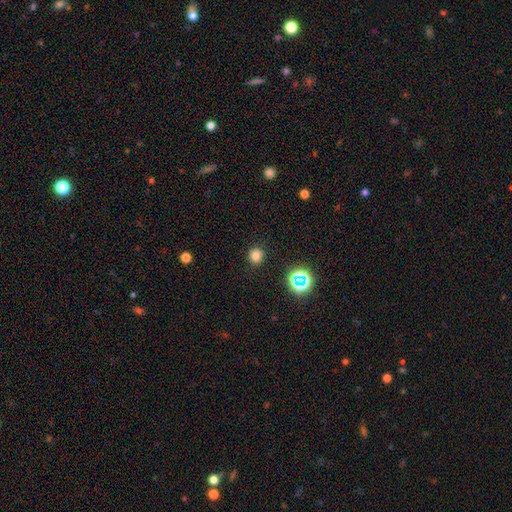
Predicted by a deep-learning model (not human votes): smooth-or-featured: smooth: 77% | star or artifact: 18% | featured or disk: 5%
  how-rounded: round: 87% | in between: 12% | cigar-shaped: 1%
  merging: none: 88% | minor disturbance: 8% | major disturbance: 3% | merger: 1%